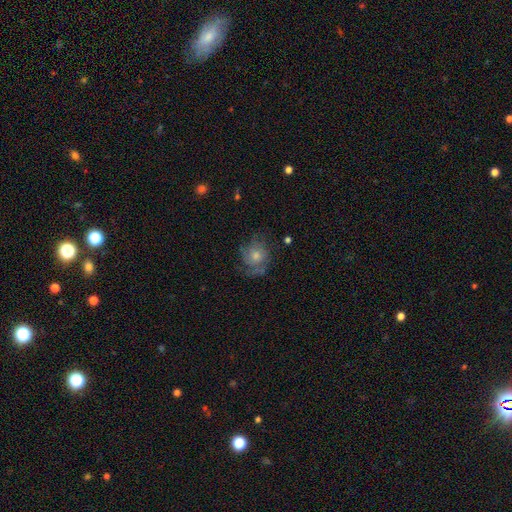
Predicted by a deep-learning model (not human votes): Q: Smooth or featured?
A: featured or disk (63%); runner-up: smooth (23%)
Q: Edge-on disk?
A: no (97%); runner-up: yes (3%)
Q: Bar?
A: no (81%); runner-up: weak (16%)
Q: Spiral arms?
A: yes (86%); runner-up: no (14%)
Q: Spiral winding?
A: tight (46%); runner-up: medium (40%)
Q: Spiral arm count?
A: can't tell (35%); runner-up: 3 (23%)
Q: Bulge size?
A: moderate (55%); runner-up: small (33%)
Q: Merging?
A: none (69%); runner-up: minor disturbance (18%)